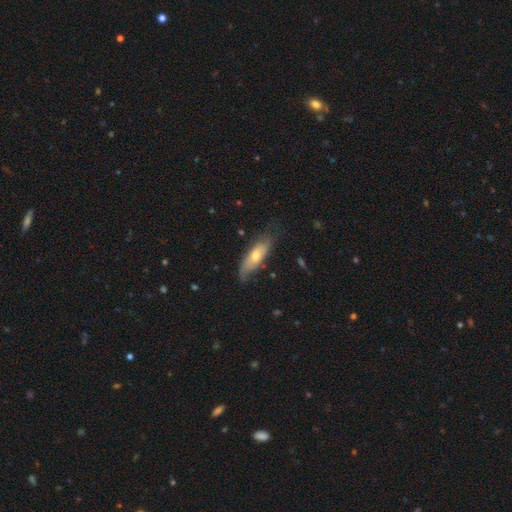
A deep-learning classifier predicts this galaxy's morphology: type=smooth (51%); roundness=in between (59%); merging=none (62%).